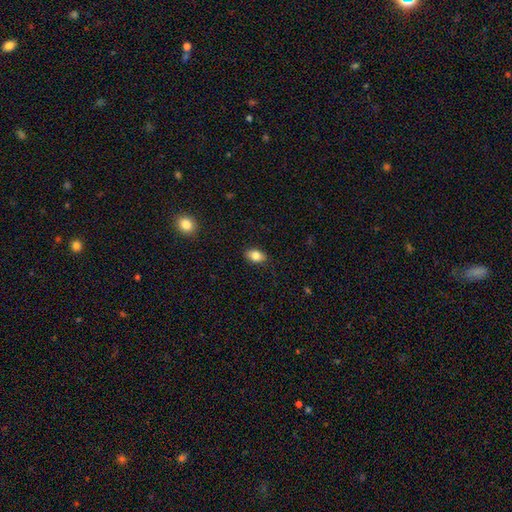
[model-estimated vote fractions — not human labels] smooth_or_featured: smooth (p=0.82) [alt: featured or disk p=0.09]
how_rounded: in between (p=0.86) [alt: round p=0.11]
merging: none (p=0.87) [alt: minor disturbance p=0.10]